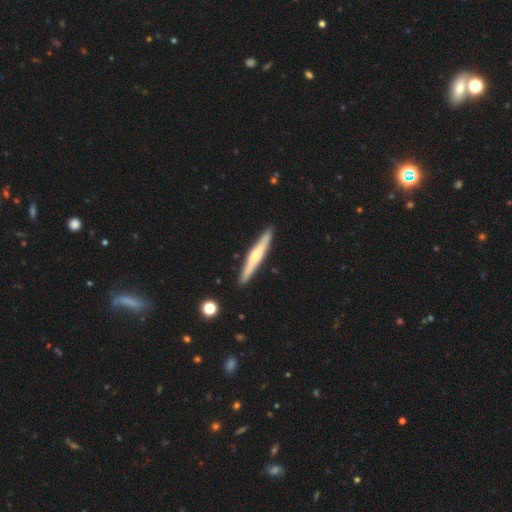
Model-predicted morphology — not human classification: Q: Smooth or featured?
A: featured or disk (50%); runner-up: smooth (45%)
Q: Merging?
A: none (90%); runner-up: minor disturbance (7%)